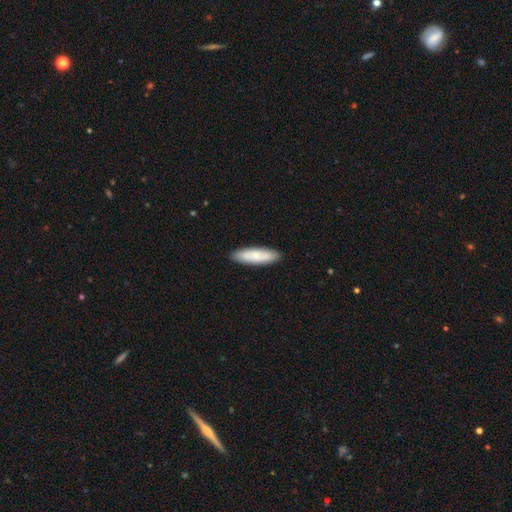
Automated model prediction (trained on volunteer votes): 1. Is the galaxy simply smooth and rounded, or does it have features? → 71% smooth, 23% featured or disk, 5% star or artifact.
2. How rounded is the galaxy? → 59% cigar-shaped, 39% in between, 2% round.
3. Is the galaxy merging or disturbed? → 88% none, 9% minor disturbance, 2% major disturbance, 1% merger.